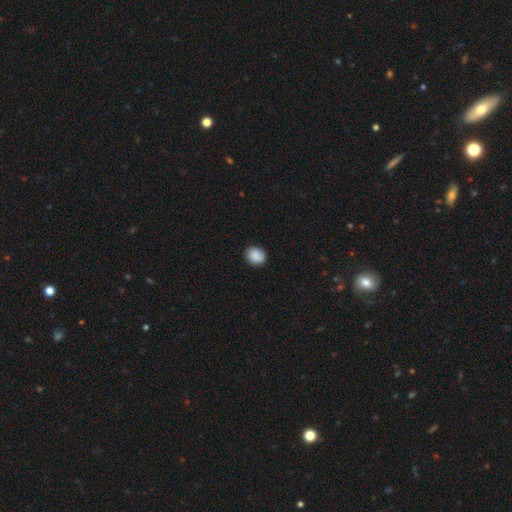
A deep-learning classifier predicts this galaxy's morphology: smooth_or_featured: smooth (p=0.88) [alt: star or artifact p=0.08]
how_rounded: round (p=0.63) [alt: in between p=0.36]
merging: none (p=0.88) [alt: minor disturbance p=0.09]